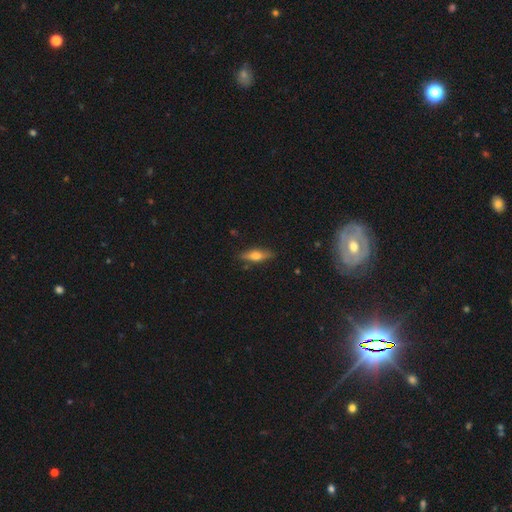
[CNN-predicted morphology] type=featured or disk (47%); merging=none (84%).